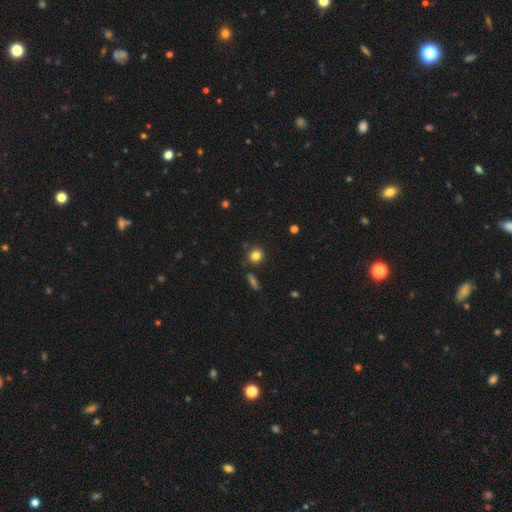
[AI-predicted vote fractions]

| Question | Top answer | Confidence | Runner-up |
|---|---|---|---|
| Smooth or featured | smooth | 82% | star or artifact (12%) |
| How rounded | round | 84% | in between (15%) |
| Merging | none | 82% | minor disturbance (10%) |